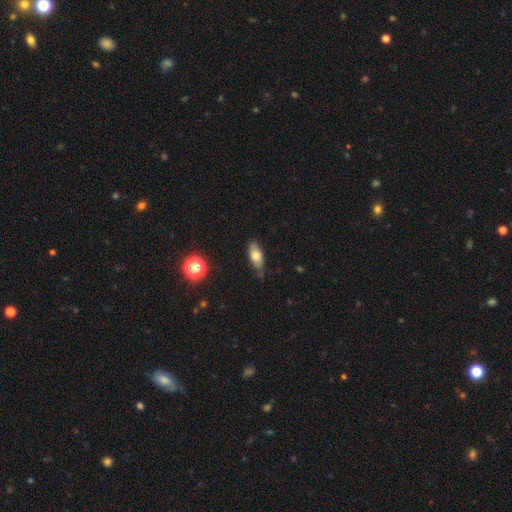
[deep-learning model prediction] The model was most divided on "smooth or featured": smooth: 67%, featured or disk: 24%, star or artifact: 9%. More confident: how rounded — in between (82%); merging — none (74%).